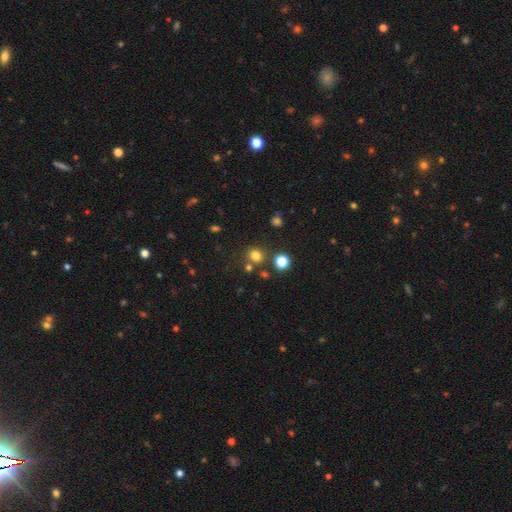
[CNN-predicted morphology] smooth_or_featured: smooth (p=0.75) [alt: star or artifact p=0.19]
how_rounded: round (p=0.81) [alt: in between p=0.18]
merging: none (p=0.76) [alt: merger p=0.11]